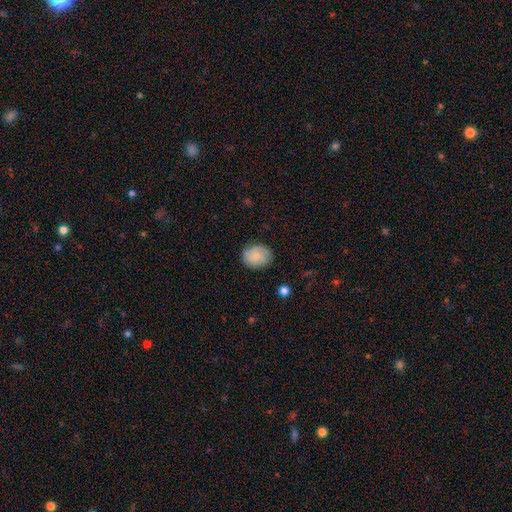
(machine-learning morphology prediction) Smooth or featured? smooth (60%)
How rounded? round (53%)
Merging? none (80%)